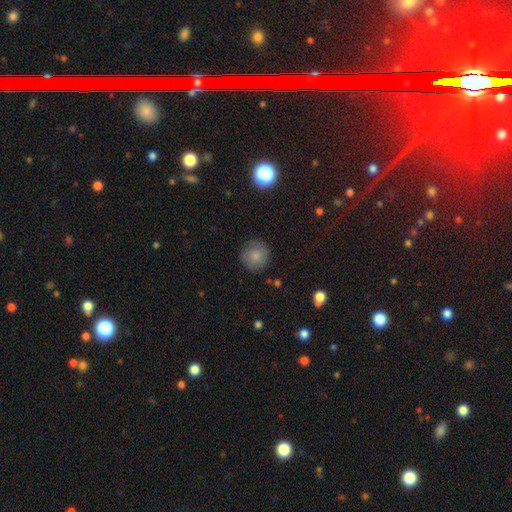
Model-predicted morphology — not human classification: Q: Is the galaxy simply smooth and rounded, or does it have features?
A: smooth — 81%.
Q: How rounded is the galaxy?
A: round — 93%.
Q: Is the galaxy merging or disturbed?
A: none — 85%.